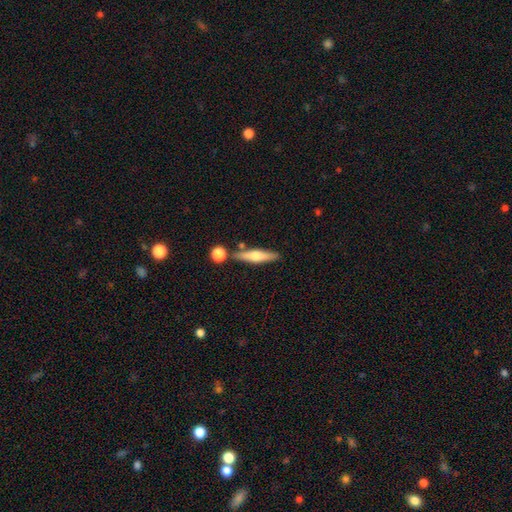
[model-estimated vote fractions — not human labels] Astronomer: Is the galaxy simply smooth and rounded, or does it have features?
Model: featured or disk — 48% (runner-up: smooth, 46%).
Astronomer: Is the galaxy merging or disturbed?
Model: none — 78%.